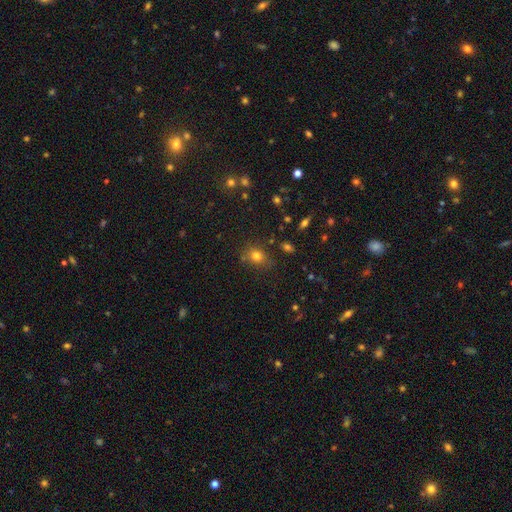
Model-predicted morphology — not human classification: smooth_or_featured: smooth (p=0.76) [alt: star or artifact p=0.16]
how_rounded: round (p=0.57) [alt: in between p=0.42]
merging: none (p=0.74) [alt: minor disturbance p=0.17]